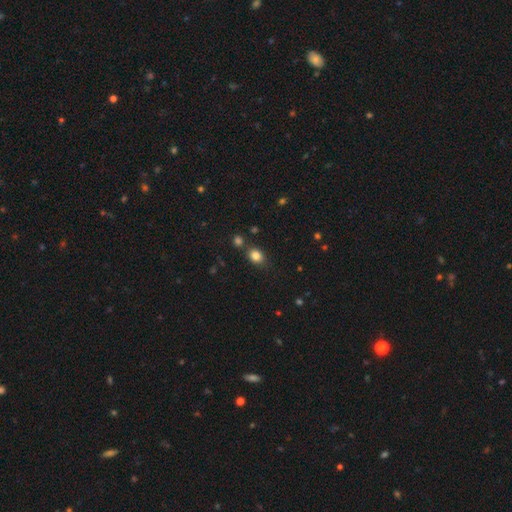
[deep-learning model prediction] smooth_or_featured: smooth (p=0.82) [alt: star or artifact p=0.12]
how_rounded: in between (p=0.52) [alt: round p=0.47]
merging: none (p=0.74) [alt: minor disturbance p=0.12]